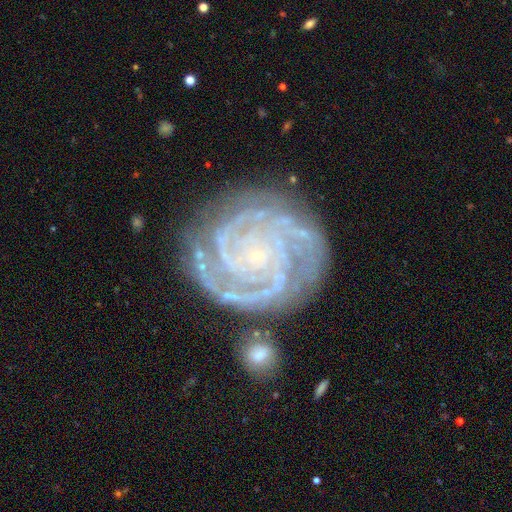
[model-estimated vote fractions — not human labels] smooth-or-featured: featured or disk: 91% | star or artifact: 6% | smooth: 3%
  disk-edge-on: no: 98% | yes: 2%
    bar: no: 78% | weak: 14% | strong: 8%
    has-spiral-arms: yes: 98% | no: 2%
      spiral-winding: tight: 83% | medium: 15% | loose: 2%
      spiral-arm-count: 3: 27% | 4: 23% | 2: 19% | can't tell: 13% | more than 4: 11% | 1: 7%
    bulge-size: small: 90% | moderate: 5% | none: 2% | large: 1% | dominant: 1%
  merging: none: 76% | minor disturbance: 16% | major disturbance: 5% | merger: 3%